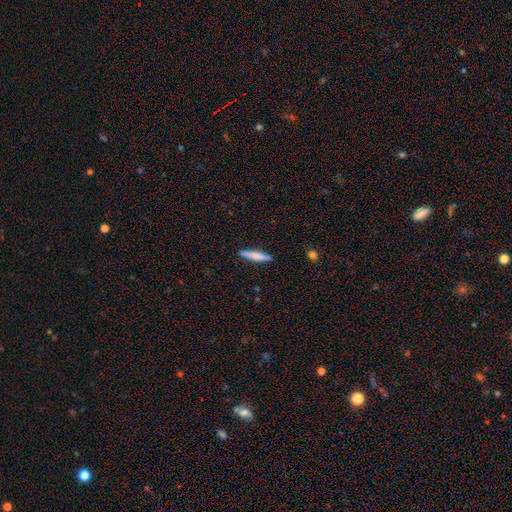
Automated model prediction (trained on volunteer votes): This is likely a smooth galaxy (71%). How rounded: clearly cigar-shaped (92%). Merging: clearly none (90%).